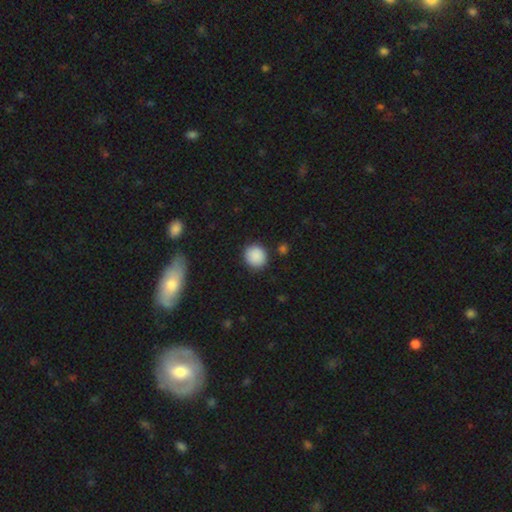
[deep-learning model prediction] smooth 89%, star or artifact 8%, featured or disk 3%. Down the decision tree: how rounded — round (88%); merging — none (89%).